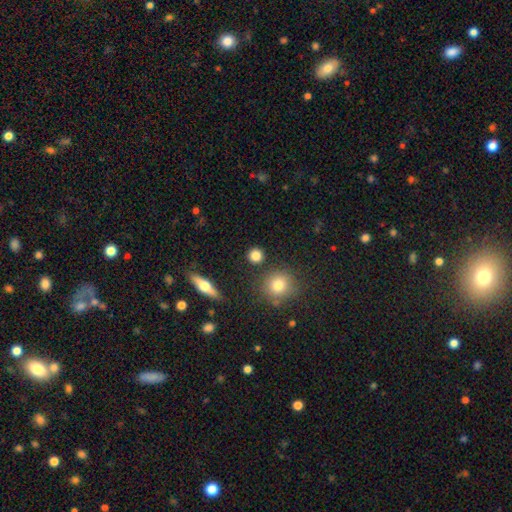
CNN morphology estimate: type=smooth (83%); roundness=round (90%); merging=none (89%).